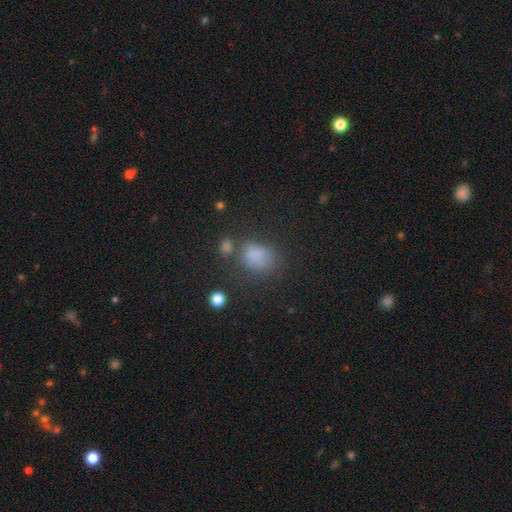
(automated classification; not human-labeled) Smooth or featured? smooth (71%)
How rounded? in between (62%)
Merging? none (47%)